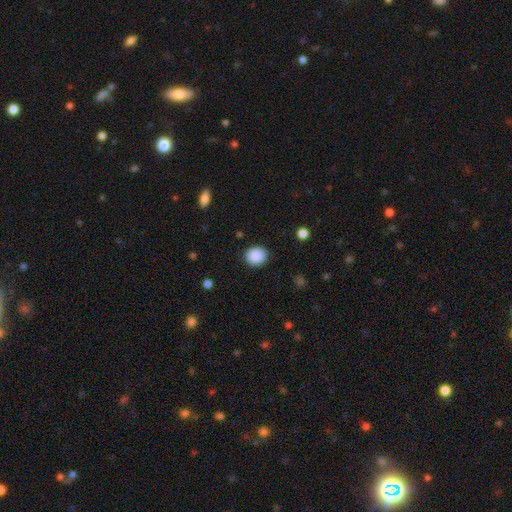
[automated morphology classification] Smooth or featured?
  - smooth: 89% *
  - star or artifact: 8%
  - featured or disk: 3%
How rounded?
  - round: 80% *
  - in between: 19%
  - cigar-shaped: 1%
Merging?
  - none: 90% *
  - minor disturbance: 7%
  - major disturbance: 2%
  - merger: 1%